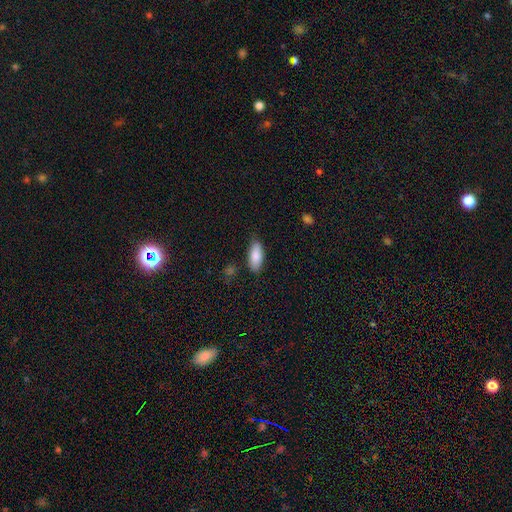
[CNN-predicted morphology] The model was most divided on "how rounded": in between: 82%, cigar-shaped: 16%, round: 2%. More confident: smooth or featured — smooth (86%); merging — none (81%).